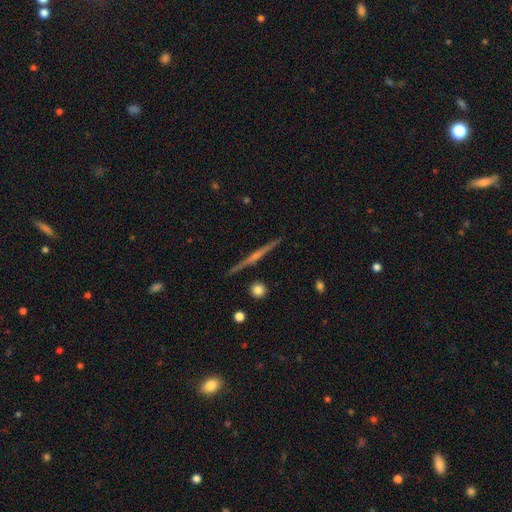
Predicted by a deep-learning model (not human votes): Overall: featured or disk (78%). Edge-on disk: yes (98%). Edge-on bulge: rounded (65%; none 27%). Merging: none (91%).